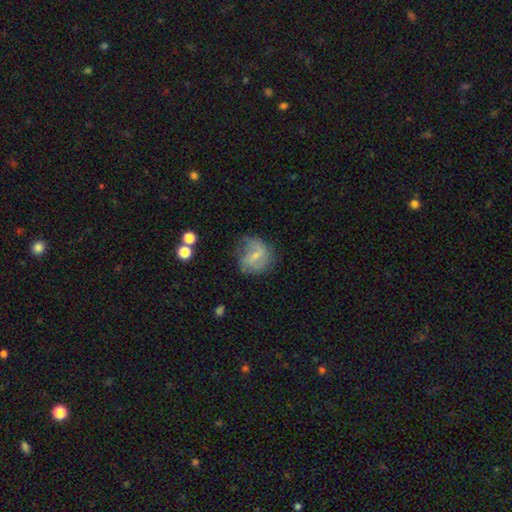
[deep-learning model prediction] Smooth or featured? Predicted: featured or disk (p=0.51). Edge-on disk? Predicted: no (p=0.97). Merging? Predicted: none (p=0.51).